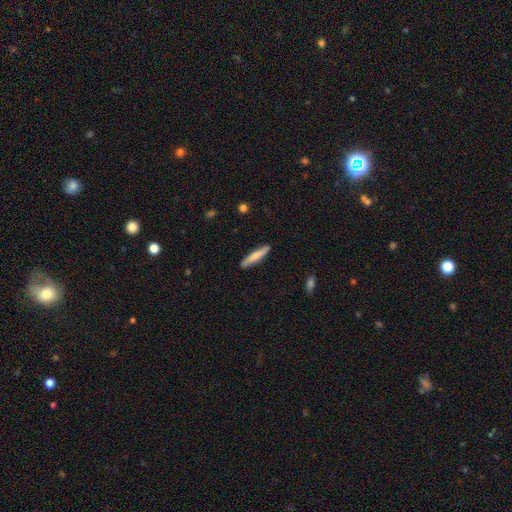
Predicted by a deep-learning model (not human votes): Smooth or featured? Predicted: smooth (p=0.73). How rounded? Predicted: cigar-shaped (p=0.90). Merging? Predicted: none (p=0.89).